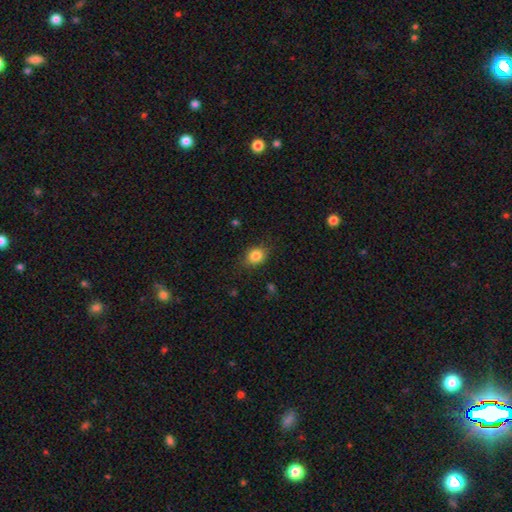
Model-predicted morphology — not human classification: Smooth or featured?
  - smooth: 83% *
  - star or artifact: 10%
  - featured or disk: 7%
How rounded?
  - round: 55% *
  - in between: 44%
  - cigar-shaped: 1%
Merging?
  - none: 78% *
  - minor disturbance: 16%
  - major disturbance: 4%
  - merger: 1%